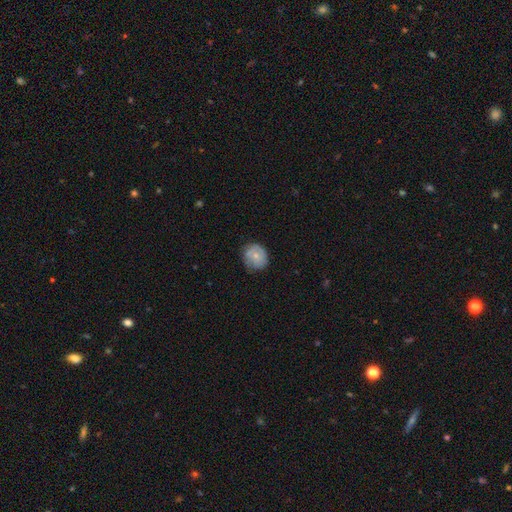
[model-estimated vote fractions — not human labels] Overall: smooth (57%; featured or disk 36%). How rounded: round (75%). Merging: none (65%; minor disturbance 27%).